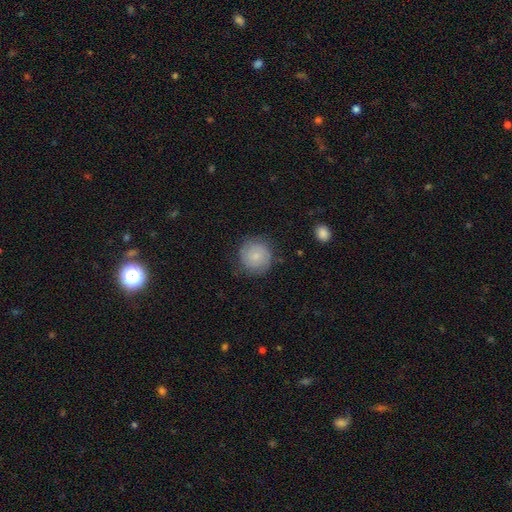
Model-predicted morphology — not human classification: smooth_or_featured: smooth (p=0.64) [alt: featured or disk p=0.28]
how_rounded: round (p=0.91) [alt: in between p=0.08]
merging: none (p=0.80) [alt: minor disturbance p=0.14]